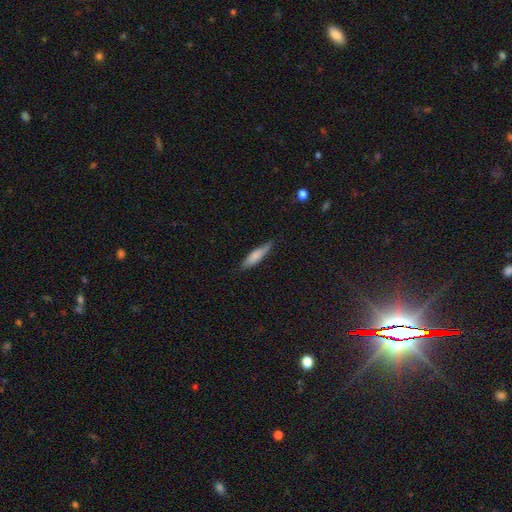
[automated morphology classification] type=smooth (77%); roundness=cigar-shaped (74%); merging=none (76%).